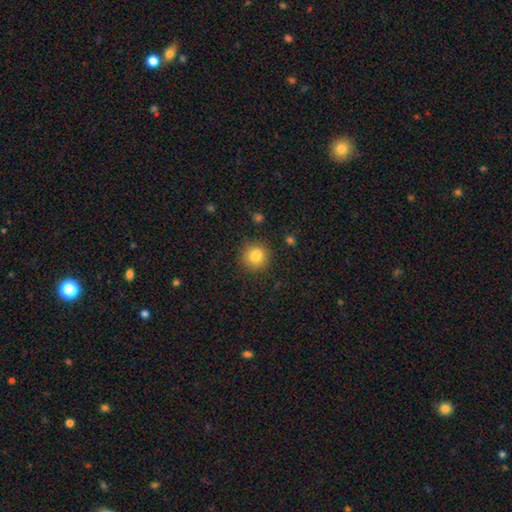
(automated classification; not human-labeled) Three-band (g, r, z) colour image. It shows a smooth galaxy with no disk features (84%) that is round (90%). Merging: none (87%).